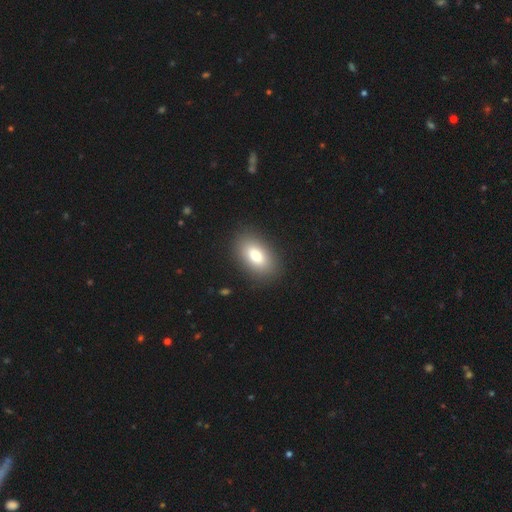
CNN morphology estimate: Smooth or featured?
  - smooth: 80% *
  - featured or disk: 12%
  - star or artifact: 8%
How rounded?
  - in between: 91% *
  - round: 6%
  - cigar-shaped: 3%
Merging?
  - none: 88% *
  - minor disturbance: 8%
  - major disturbance: 3%
  - merger: 1%